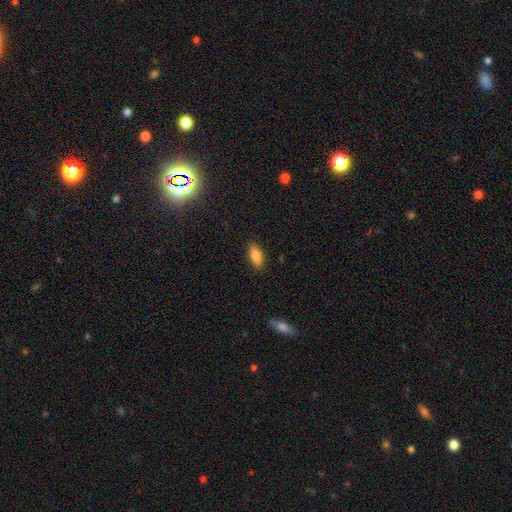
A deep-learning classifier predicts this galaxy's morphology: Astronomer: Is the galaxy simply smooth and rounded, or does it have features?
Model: smooth — 83%.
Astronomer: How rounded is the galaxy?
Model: in between — 85%.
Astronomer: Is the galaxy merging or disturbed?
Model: none — 88%.